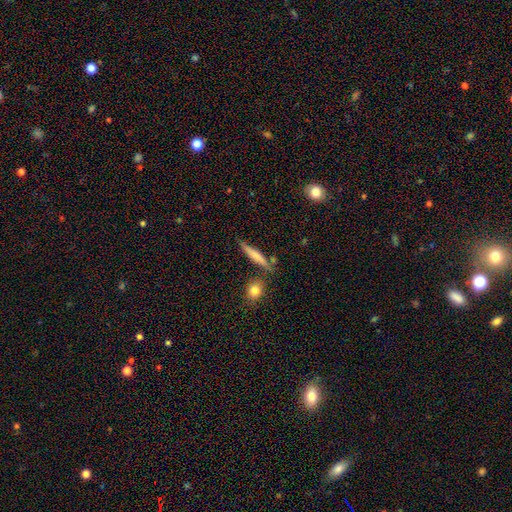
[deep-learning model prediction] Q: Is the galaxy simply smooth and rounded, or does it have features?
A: smooth — 57%.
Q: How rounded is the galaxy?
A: cigar-shaped — 90%.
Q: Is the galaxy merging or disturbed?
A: none — 77%.